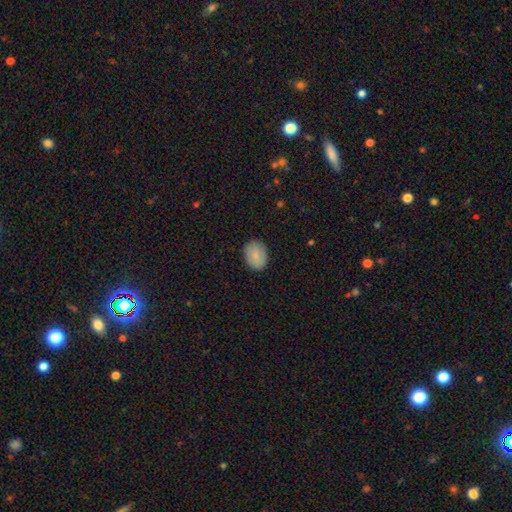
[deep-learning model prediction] Smooth or featured? smooth (85%)
How rounded? in between (69%)
Merging? none (87%)